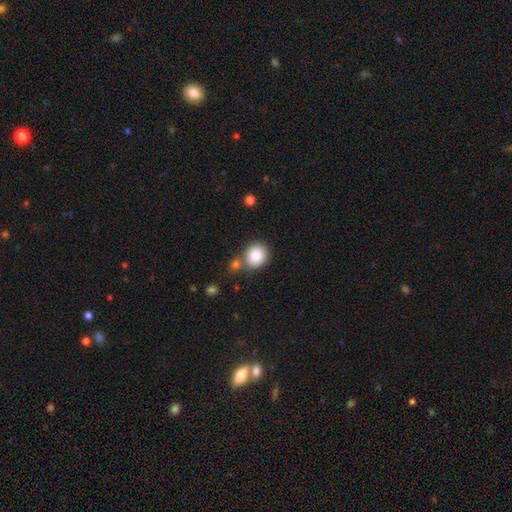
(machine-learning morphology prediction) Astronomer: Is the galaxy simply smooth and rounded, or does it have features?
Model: smooth — 85%.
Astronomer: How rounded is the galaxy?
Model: round — 83%.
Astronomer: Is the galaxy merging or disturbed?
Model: none — 63%.